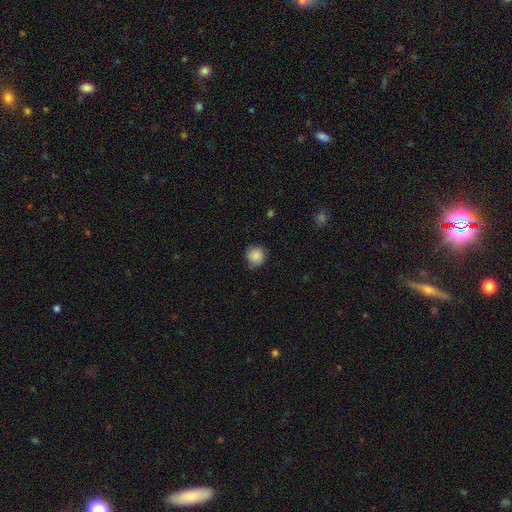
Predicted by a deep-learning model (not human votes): This is clearly a smooth galaxy (84%). How rounded: clearly round (91%). Merging: likely none (74%).